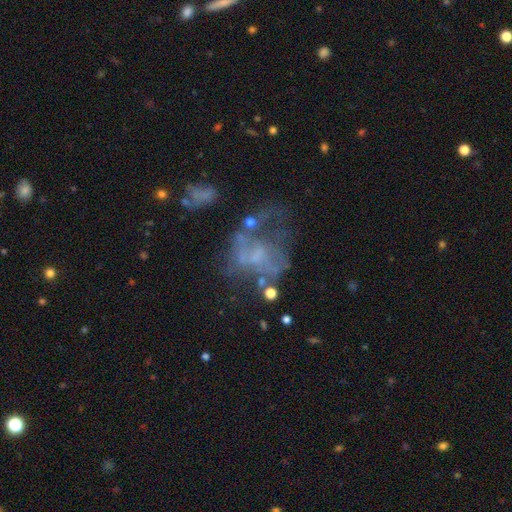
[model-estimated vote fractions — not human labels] A featured or disk galaxy (59%) with no bar (76%), no spiral arms (66%) and no central bulge (55%).

Vote fractions:
- Smooth or featured? featured or disk: 59% / star or artifact: 21% / smooth: 20%
- Edge-on disk? no: 97% / yes: 3%
- Bar? no: 76% / weak: 19% / strong: 5%
- Spiral arms? no: 66% / yes: 34%
- Bulge size? none: 55% / small: 29% / moderate: 13% / large: 2% / dominant: 1%
- Merging? major disturbance: 39% / none: 30% / minor disturbance: 17% / merger: 14%